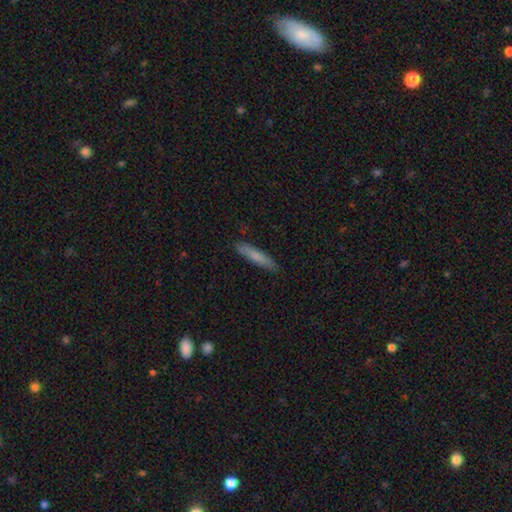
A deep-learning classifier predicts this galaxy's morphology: Smooth or featured? Predicted: smooth (p=0.72). How rounded? Predicted: cigar-shaped (p=0.90). Merging? Predicted: none (p=0.88).